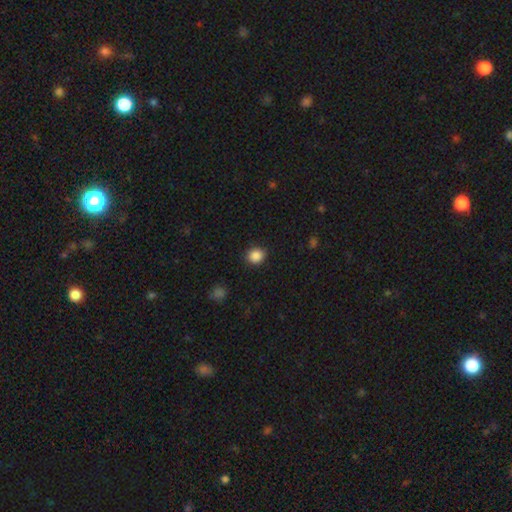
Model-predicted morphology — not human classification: Smooth or featured: smooth — 87% (star or artifact — 10%)
How rounded: round — 78% (in between — 21%)
Merging: none — 89% (minor disturbance — 7%)